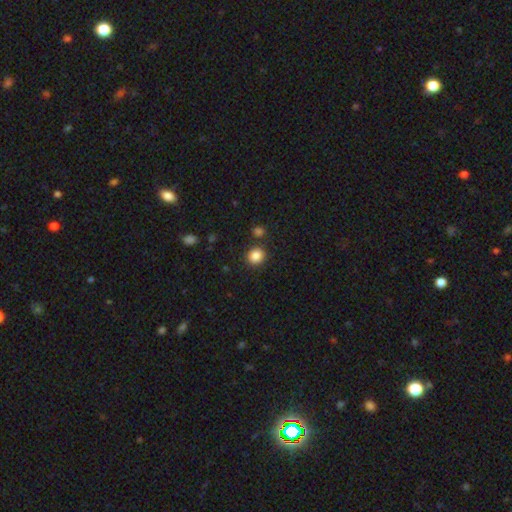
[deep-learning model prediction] Smooth or featured? smooth (86%)
How rounded? round (80%)
Merging? none (84%)